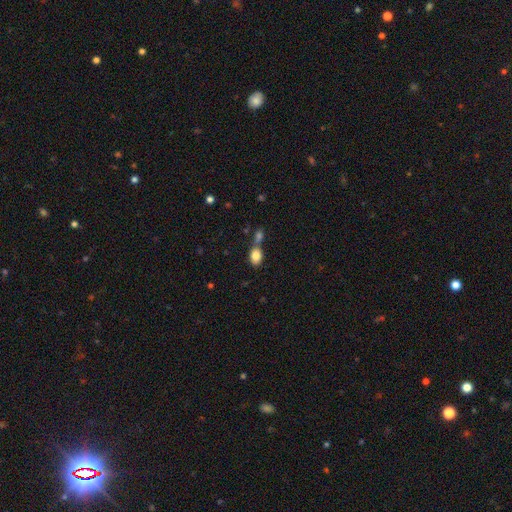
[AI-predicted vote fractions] Q: Smooth or featured?
A: smooth (83%); runner-up: star or artifact (9%)
Q: How rounded?
A: in between (74%); runner-up: round (24%)
Q: Merging?
A: none (46%); runner-up: merger (38%)